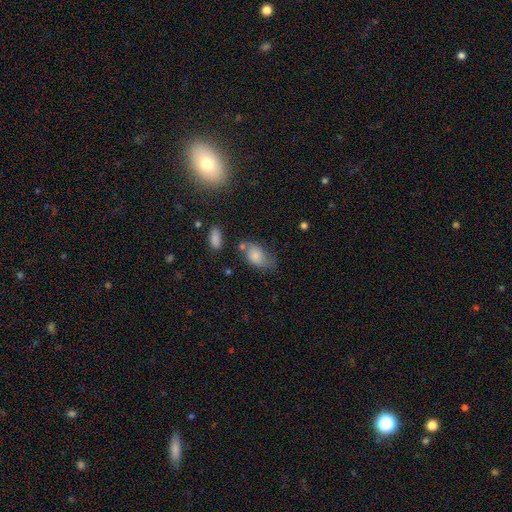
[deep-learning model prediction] smooth_or_featured: smooth (p=0.77) [alt: featured or disk p=0.15]
how_rounded: in between (p=0.89) [alt: round p=0.09]
merging: none (p=0.45) [alt: minor disturbance p=0.30]